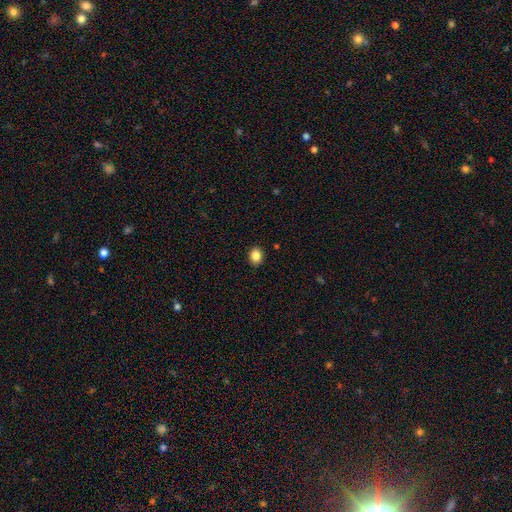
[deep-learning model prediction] A smooth galaxy with no disk features (85%) that is round (57%). Merging: none (91%).